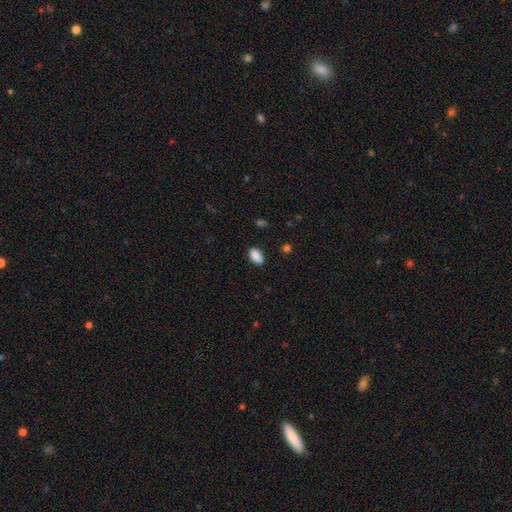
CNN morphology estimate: Smooth or featured: smooth — 88% (star or artifact — 8%)
How rounded: in between — 91% (round — 7%)
Merging: none — 78% (minor disturbance — 17%)